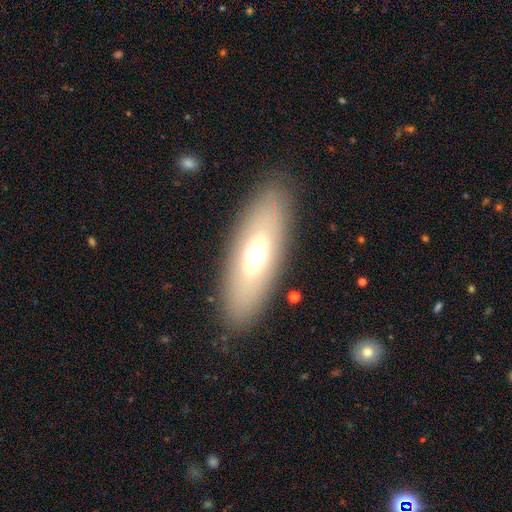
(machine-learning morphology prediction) Smooth or featured? Predicted: smooth (p=0.54). How rounded? Predicted: in between (p=0.70). Merging? Predicted: none (p=0.86).